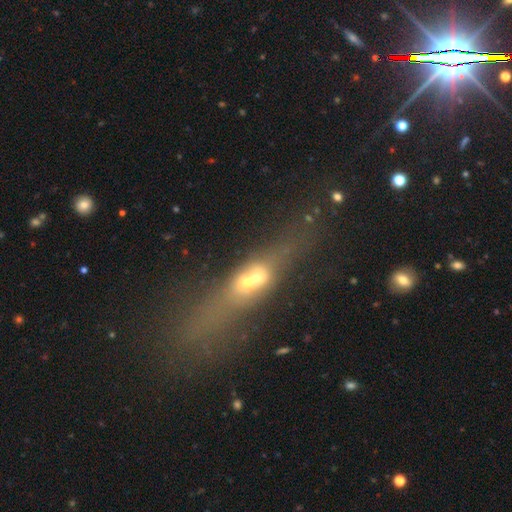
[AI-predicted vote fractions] Smooth or featured? featured or disk (49%)
Merging? none (51%)